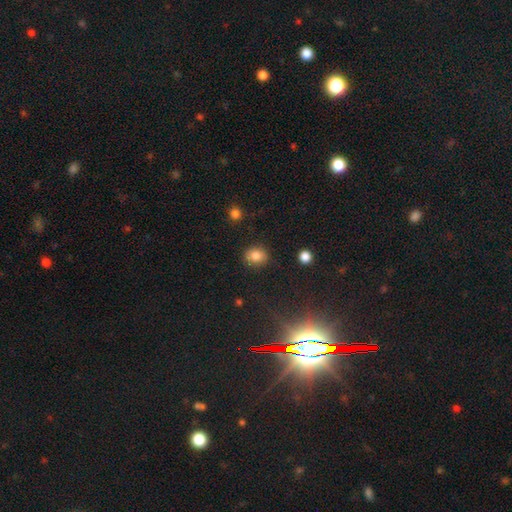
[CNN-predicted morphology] Overall: smooth (83%). How rounded: round (59%; in between 40%). Merging: none (84%).